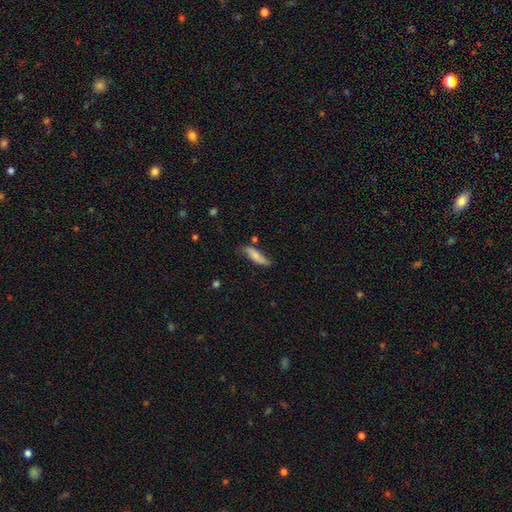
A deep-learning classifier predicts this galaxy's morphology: Smooth or featured?
  - smooth: 64% *
  - featured or disk: 30%
  - star or artifact: 6%
How rounded?
  - cigar-shaped: 56% *
  - in between: 41%
  - round: 2%
Merging?
  - none: 62% *
  - minor disturbance: 27%
  - major disturbance: 7%
  - merger: 4%